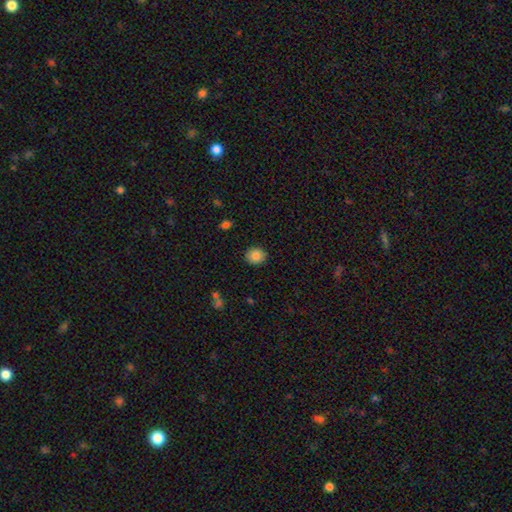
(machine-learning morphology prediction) The model was most divided on "how rounded": round: 79%, in between: 20%, cigar-shaped: 1%. More confident: merging — none (89%); smooth or featured — smooth (85%).